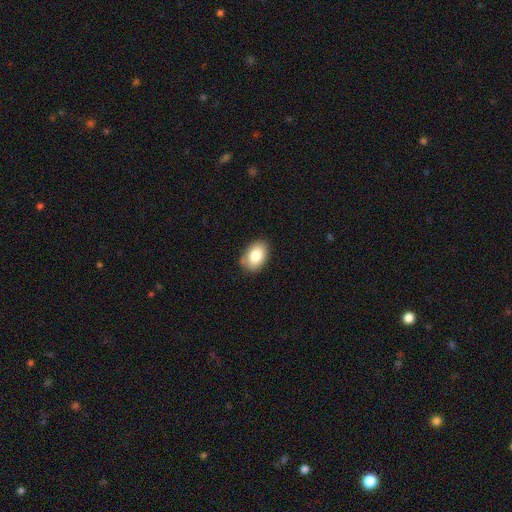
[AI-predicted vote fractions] Smooth or featured? Predicted: smooth (p=0.83). How rounded? Predicted: in between (p=0.86). Merging? Predicted: none (p=0.82).